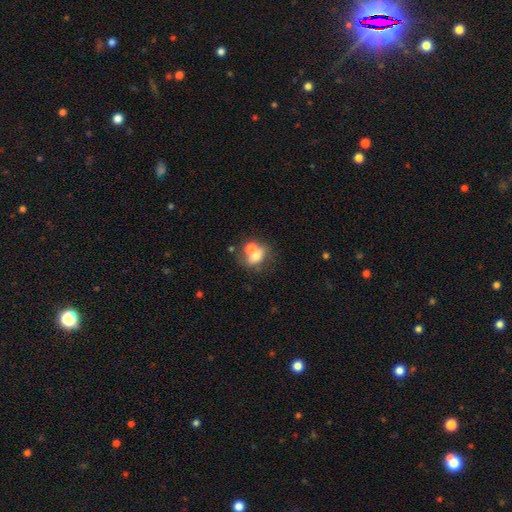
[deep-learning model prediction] Smooth or featured: smooth — 60% (featured or disk — 27%)
How rounded: round — 53% (in between — 46%)
Merging: merger — 49% (none — 35%)